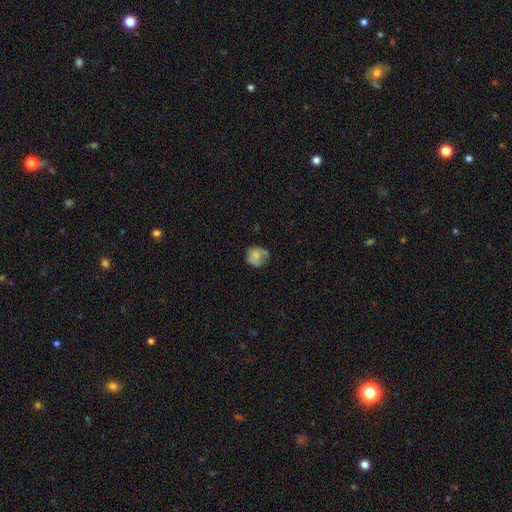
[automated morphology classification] Smooth or featured?
  - smooth: 62% *
  - featured or disk: 29%
  - star or artifact: 9%
How rounded?
  - round: 70% *
  - in between: 29%
  - cigar-shaped: 1%
Merging?
  - none: 51% *
  - minor disturbance: 30%
  - major disturbance: 16%
  - merger: 3%